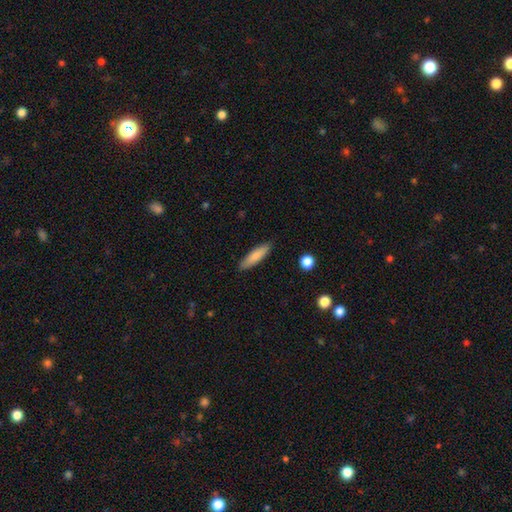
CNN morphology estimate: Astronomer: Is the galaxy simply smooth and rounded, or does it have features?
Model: smooth — 80%.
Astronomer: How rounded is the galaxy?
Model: cigar-shaped — 73%.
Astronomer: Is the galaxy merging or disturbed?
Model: none — 88%.